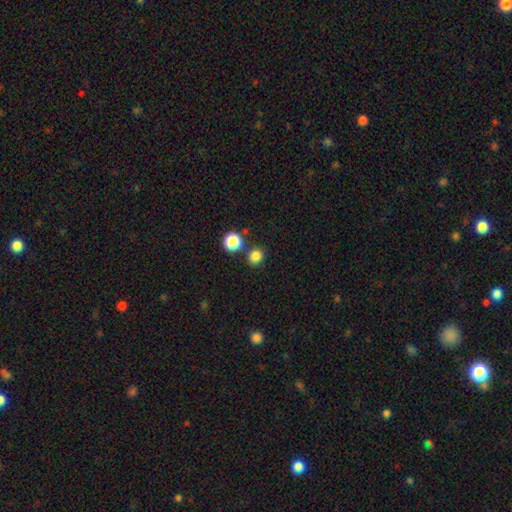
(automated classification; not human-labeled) This appears to be a smooth galaxy with no disk features (82%) that is round (74%). Merging: none (80%).